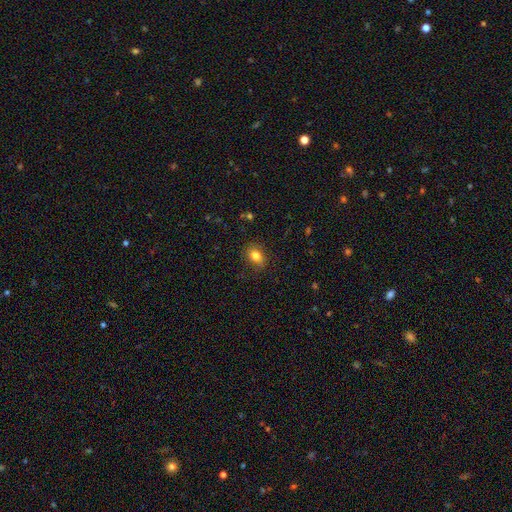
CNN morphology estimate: This appears to be a smooth galaxy with no disk features (81%) that is in between round and cigar-shaped (62%). Merging: none (80%).